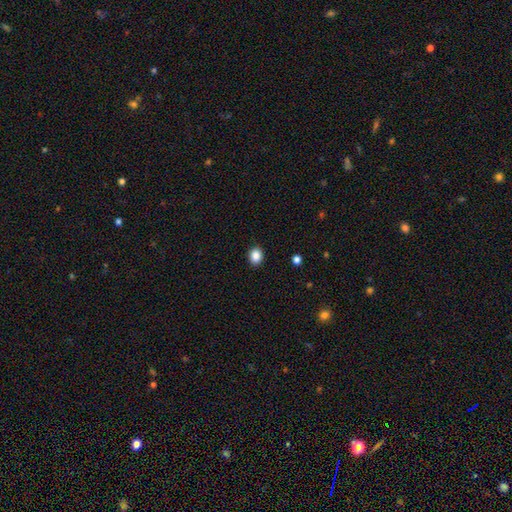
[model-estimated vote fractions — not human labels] smooth_or_featured: smooth (p=0.87) [alt: star or artifact p=0.09]
how_rounded: round (p=0.54) [alt: in between p=0.45]
merging: none (p=0.90) [alt: minor disturbance p=0.07]